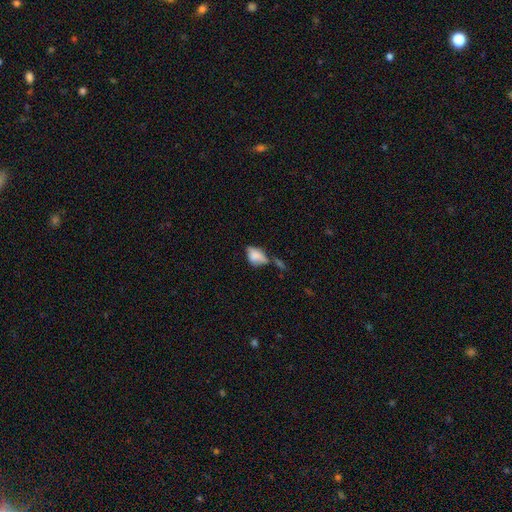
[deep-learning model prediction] Overall: smooth (70%). How rounded: in between (83%). Merging: merger (27%, tied with minor disturbance).